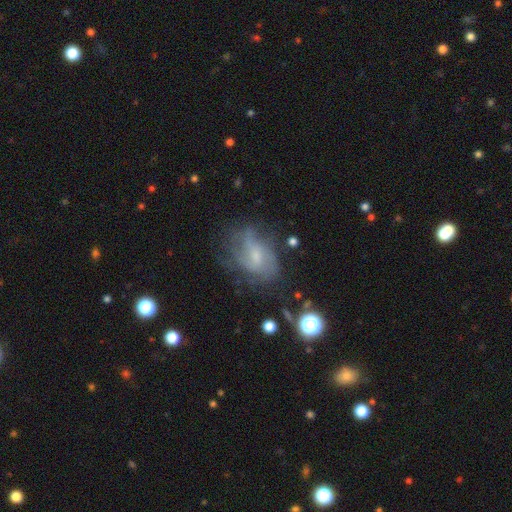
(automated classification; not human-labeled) Smooth or featured: featured or disk — 61% (smooth — 27%)
Edge-on disk: no — 96% (yes — 4%)
Bar: no — 48% (weak — 44%)
Spiral arms: yes — 71% (no — 29%)
Bulge size: small — 51% (moderate — 30%)
Merging: none — 51% (minor disturbance — 25%)